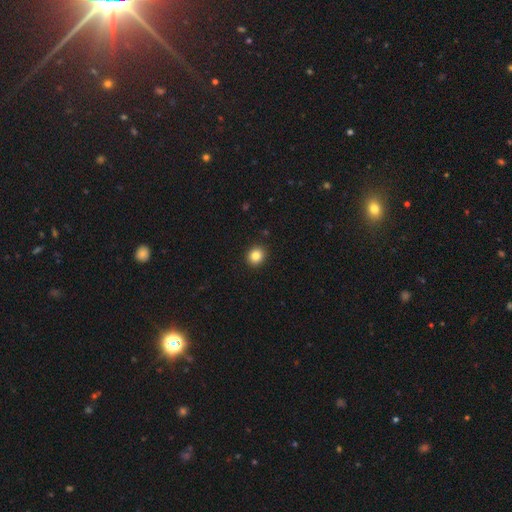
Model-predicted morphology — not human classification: Smooth or featured: smooth — 84% (star or artifact — 10%)
How rounded: round — 80% (in between — 19%)
Merging: none — 92% (minor disturbance — 5%)